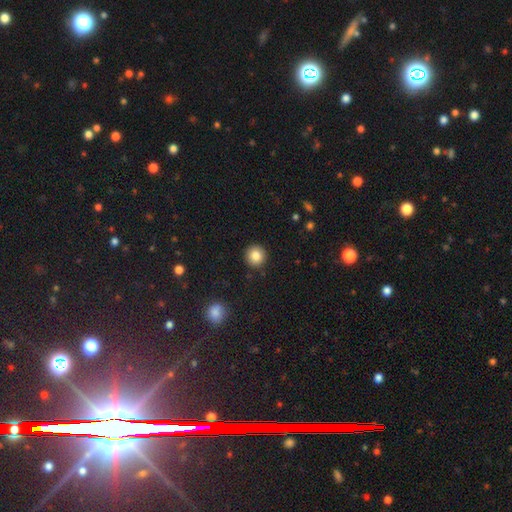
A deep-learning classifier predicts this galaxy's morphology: type=smooth (84%); roundness=round (94%); merging=none (91%).